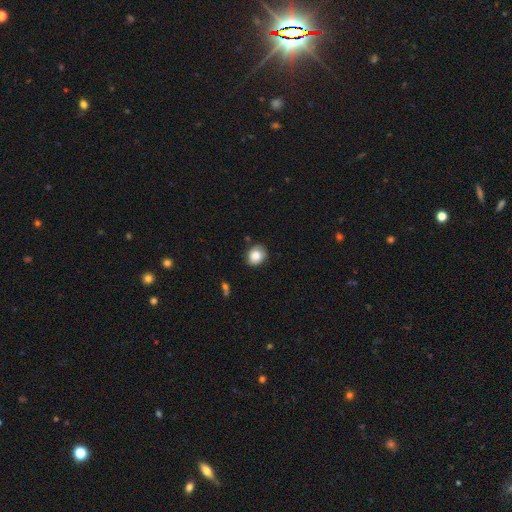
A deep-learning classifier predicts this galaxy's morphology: A smooth galaxy with no disk features (86%) that is round (62%). Merging: none (80%).